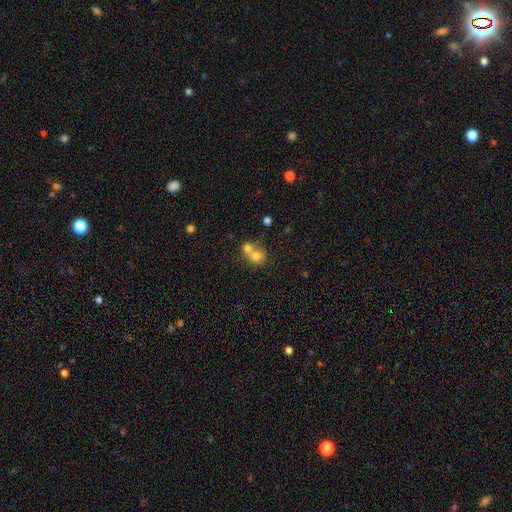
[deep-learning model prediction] Q: Smooth or featured?
A: smooth (73%); runner-up: featured or disk (16%)
Q: How rounded?
A: round (76%); runner-up: in between (23%)
Q: Merging?
A: merger (62%); runner-up: none (29%)